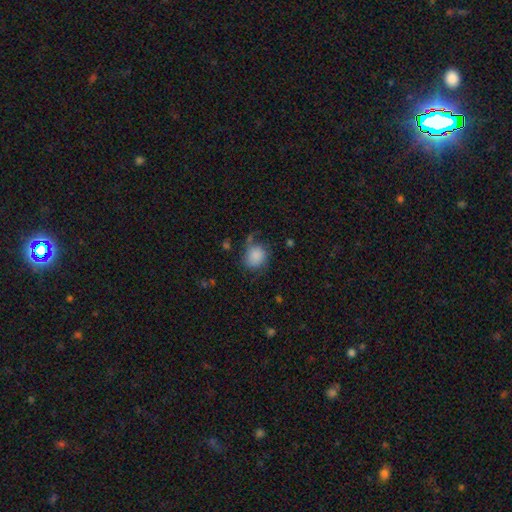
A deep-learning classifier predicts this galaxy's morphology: A smooth galaxy with no disk features (84%) that is round (74%).

Vote fractions:
- Smooth or featured? smooth: 84% / star or artifact: 9% / featured or disk: 7%
- How rounded? round: 74% / in between: 26% / cigar-shaped: 1%
- Merging? none: 61% / minor disturbance: 24% / major disturbance: 11% / merger: 5%